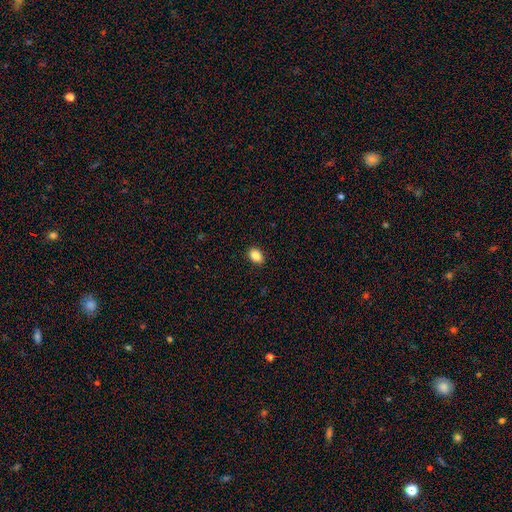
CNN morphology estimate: smooth_or_featured: smooth (p=0.87) [alt: star or artifact p=0.09]
how_rounded: in between (p=0.76) [alt: round p=0.23]
merging: none (p=0.89) [alt: minor disturbance p=0.08]